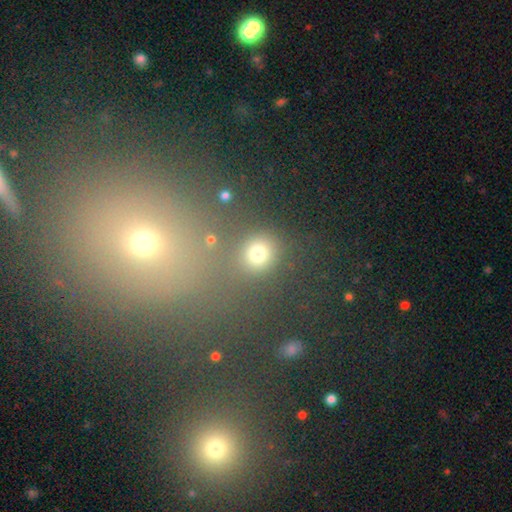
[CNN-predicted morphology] Overall: smooth (71%). How rounded: round (83%). Merging: none (79%).